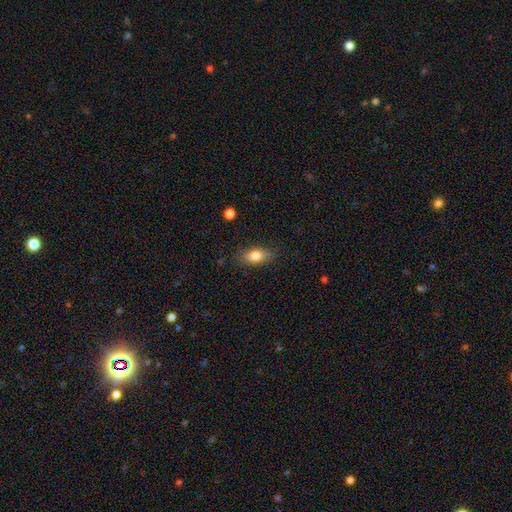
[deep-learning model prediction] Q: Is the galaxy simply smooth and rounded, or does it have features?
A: smooth — 81%.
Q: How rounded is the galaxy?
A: in between — 85%.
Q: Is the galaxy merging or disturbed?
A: none — 83%.